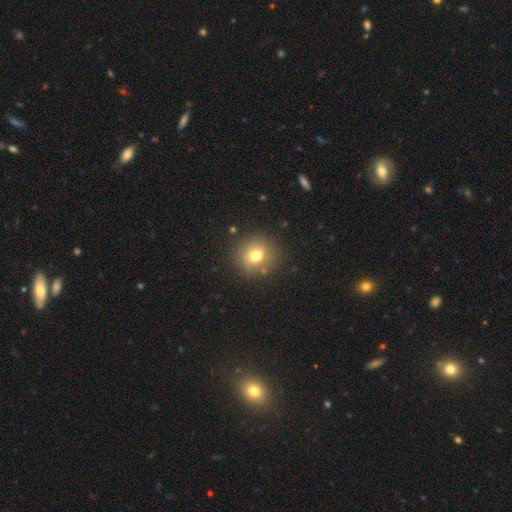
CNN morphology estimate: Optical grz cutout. It shows a smooth galaxy with no disk features (76%) that is round (83%). Merging: none (84%).